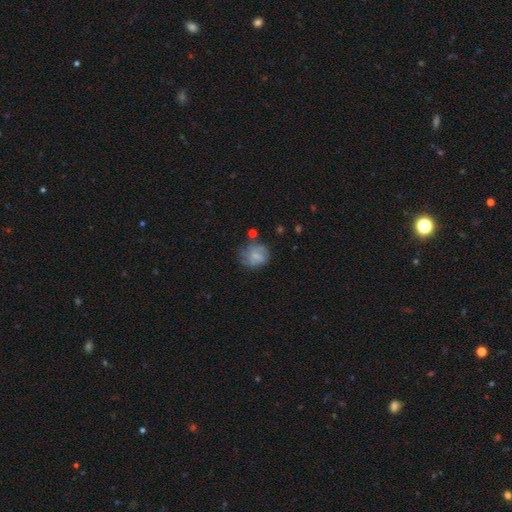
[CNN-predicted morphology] Smooth or featured? Predicted: smooth (p=0.45, tied with featured or disk). Merging? Predicted: none (p=0.59).